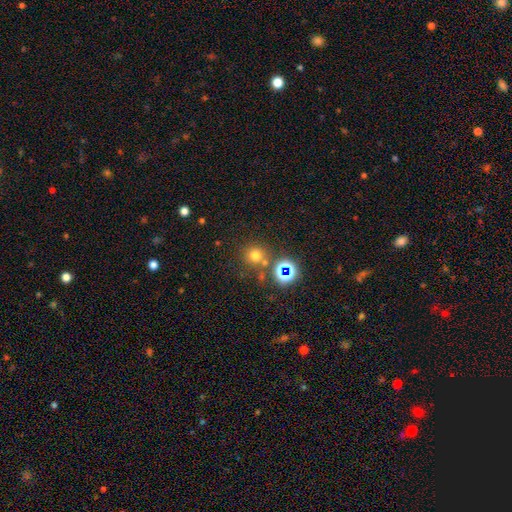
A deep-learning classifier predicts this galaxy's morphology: Smooth or featured: smooth — 66% (star or artifact — 27%)
How rounded: round — 91% (in between — 8%)
Merging: none — 73% (merger — 14%)